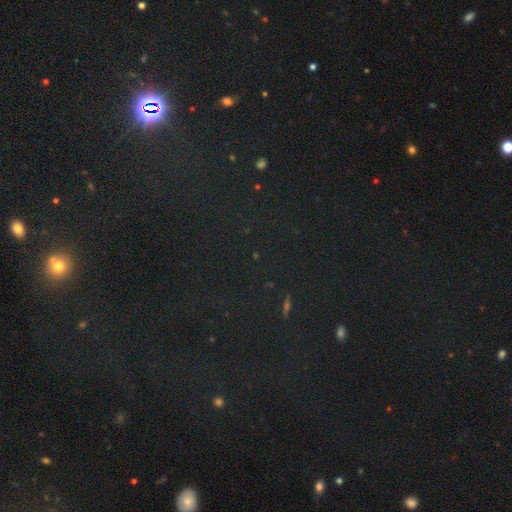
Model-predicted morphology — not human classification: Smooth or featured: star or artifact — 76% (smooth — 16%)